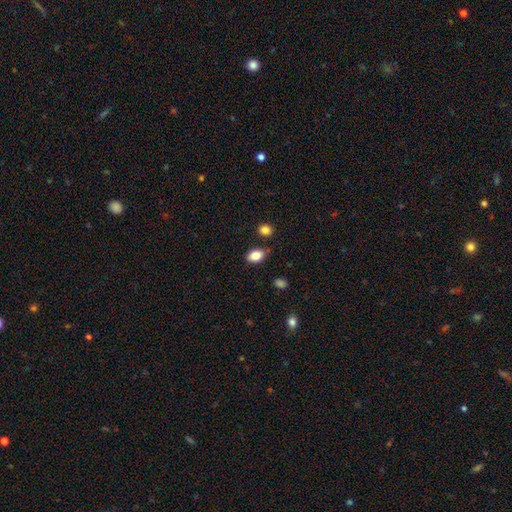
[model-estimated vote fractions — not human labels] Smooth or featured?
  - smooth: 85% *
  - star or artifact: 9%
  - featured or disk: 6%
How rounded?
  - in between: 83% *
  - round: 16%
  - cigar-shaped: 1%
Merging?
  - none: 78% *
  - minor disturbance: 15%
  - merger: 5%
  - major disturbance: 3%